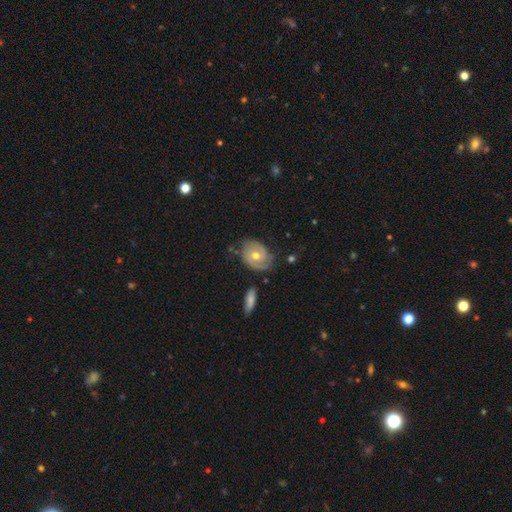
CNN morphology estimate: Smooth or featured?
  - featured or disk: 73% *
  - smooth: 21%
  - star or artifact: 6%
Edge-on disk?
  - no: 96% *
  - yes: 4%
Bar?
  - no: 69% *
  - weak: 25%
  - strong: 6%
Spiral arms?
  - yes: 86% *
  - no: 14%
Spiral winding?
  - tight: 56% *
  - medium: 32%
  - loose: 12%
Spiral arm count?
  - 2: 66% *
  - can't tell: 17%
  - 1: 9%
  - 3: 5%
  - 4: 2%
  - more than 4: 2%
Bulge size?
  - moderate: 76% *
  - small: 19%
  - large: 4%
  - none: 1%
  - dominant: 1%
Merging?
  - none: 68% *
  - minor disturbance: 22%
  - major disturbance: 7%
  - merger: 3%